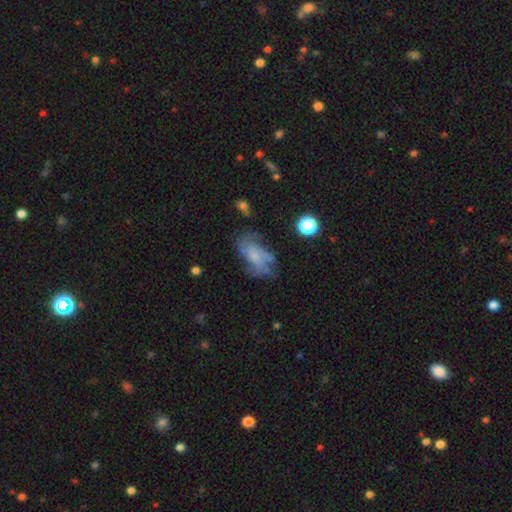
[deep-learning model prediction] A featured or disk galaxy (56%) with no bar (74%), spiral arms (66%) and no central bulge (36%). Merging: none (48%).